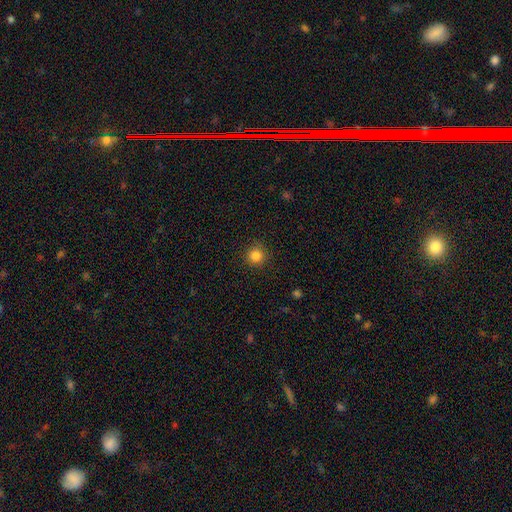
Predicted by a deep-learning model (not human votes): Overall: smooth (85%). How rounded: round (94%). Merging: none (90%).